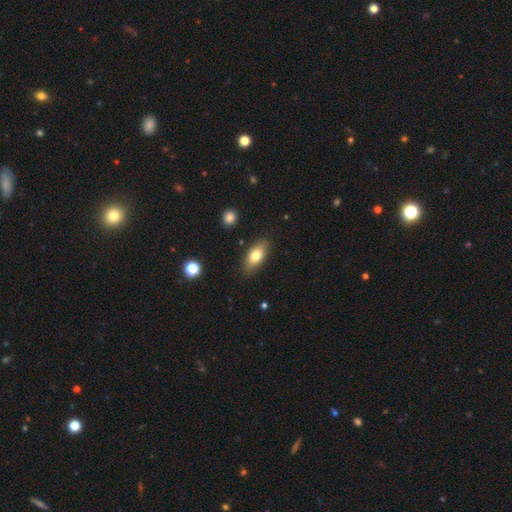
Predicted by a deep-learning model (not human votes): Smooth or featured? smooth (75%)
How rounded? in between (84%)
Merging? none (85%)